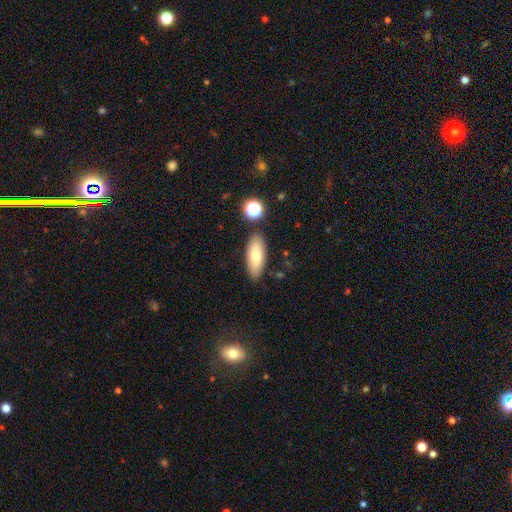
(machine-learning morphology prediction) smooth-or-featured: smooth: 72% | featured or disk: 21% | star or artifact: 8%
  how-rounded: in between: 74% | cigar-shaped: 23% | round: 3%
  merging: none: 83% | minor disturbance: 11% | merger: 4% | major disturbance: 2%